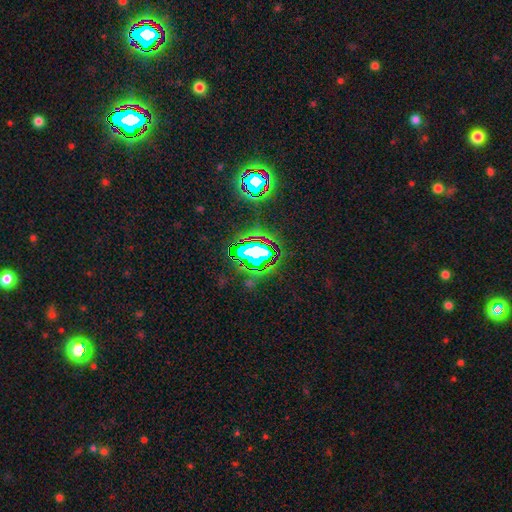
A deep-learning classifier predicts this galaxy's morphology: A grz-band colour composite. It shows a star or artifact, not a galaxy (63%).